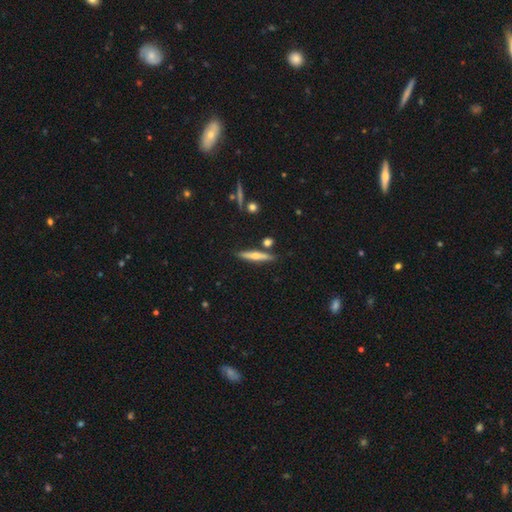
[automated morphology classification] smooth-or-featured: featured or disk: 51% | smooth: 42% | star or artifact: 7%
  disk-edge-on: yes: 95% | no: 5%
  merging: none: 82% | minor disturbance: 9% | merger: 7% | major disturbance: 2%